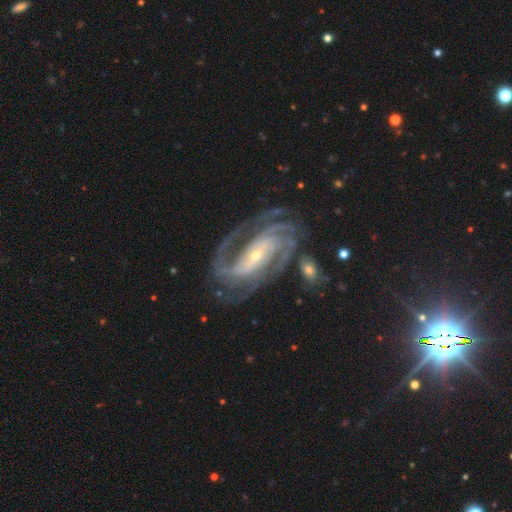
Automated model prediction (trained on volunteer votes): smooth_or_featured: featured or disk (p=0.92) [alt: star or artifact p=0.05]
disk_edge_on: no (p=0.96) [alt: yes p=0.04]
bar: strong (p=0.43) [alt: weak p=0.29]
has_spiral_arms: yes (p=0.98) [alt: no p=0.02]
spiral_winding: tight (p=0.55) [alt: medium p=0.38]
spiral_arm_count: 3 (p=0.32) [alt: 2 p=0.23]
bulge_size: small (p=0.75) [alt: moderate p=0.21]
merging: none (p=0.67) [alt: minor disturbance p=0.17]